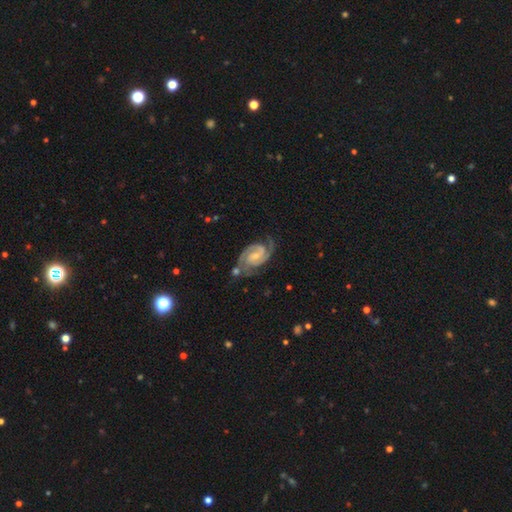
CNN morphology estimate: Smooth or featured? Predicted: featured or disk (p=0.92). Edge-on disk? Predicted: no (p=0.98). Bar? Predicted: no (p=0.44). Spiral arms? Predicted: yes (p=0.98). Spiral winding? Predicted: tight (p=0.52). Spiral arm count? Predicted: 2 (p=0.84). Bulge size? Predicted: small (p=0.59). Merging? Predicted: none (p=0.70).